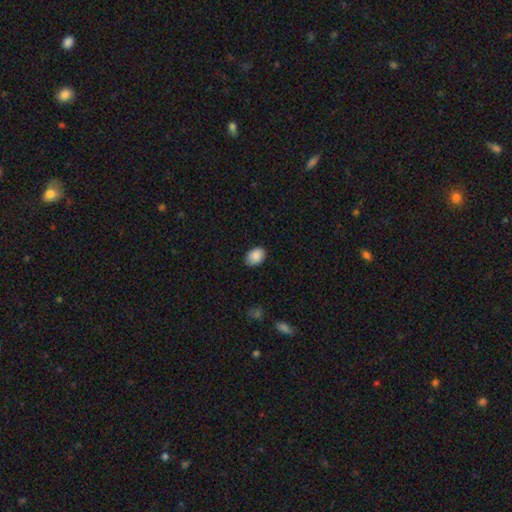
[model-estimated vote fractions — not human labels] Smooth or featured? smooth (89%)
How rounded? in between (76%)
Merging? none (84%)